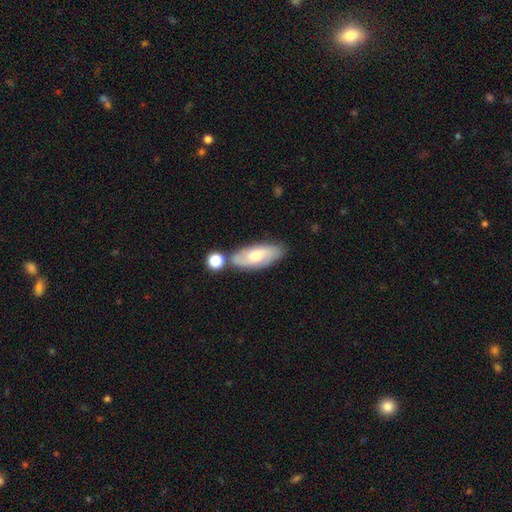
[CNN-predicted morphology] Smooth or featured? Predicted: featured or disk (p=0.47). Merging? Predicted: none (p=0.66).